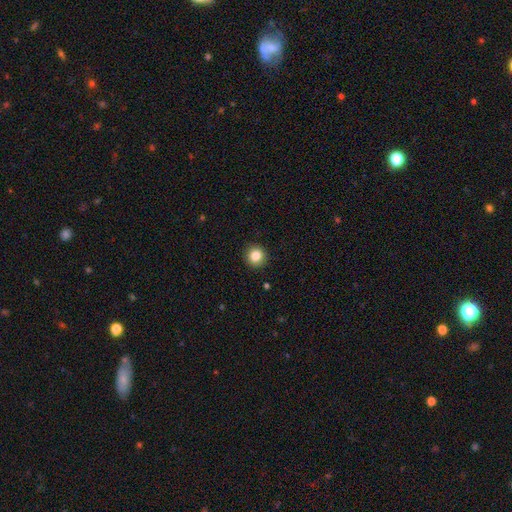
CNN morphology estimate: Smooth or featured? Predicted: smooth (p=0.85). How rounded? Predicted: round (p=0.93). Merging? Predicted: none (p=0.92).